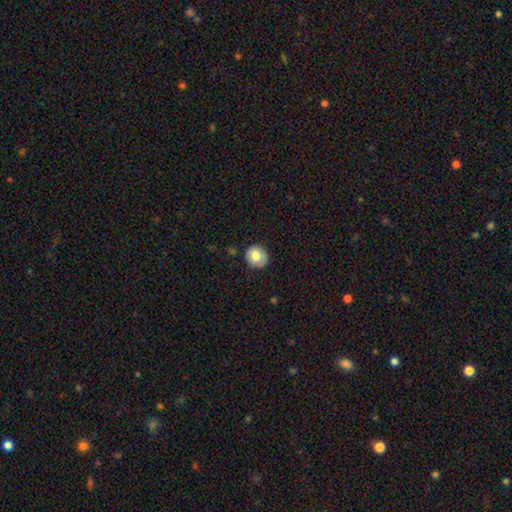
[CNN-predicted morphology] This is likely a smooth galaxy (75%). How rounded: clearly round (86%). Merging: clearly none (81%).